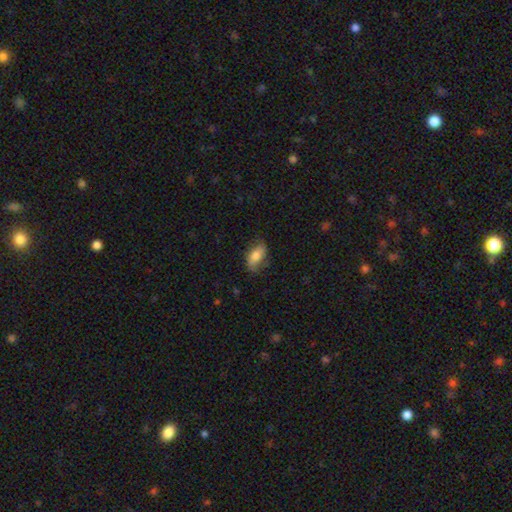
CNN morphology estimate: This is likely a smooth galaxy (76%). How rounded: clearly in between (90%). Merging: likely none (68%).